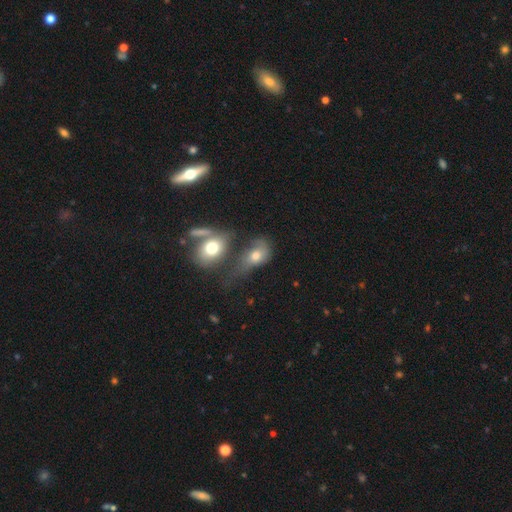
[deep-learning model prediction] This is likely a smooth galaxy (66%). How rounded: likely in between (72%). Merging: marginally merger (40%).